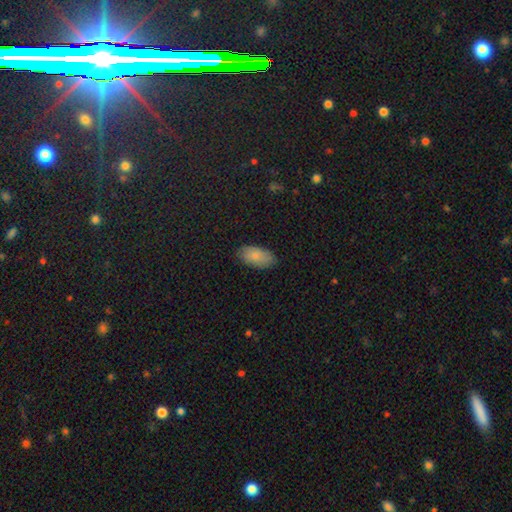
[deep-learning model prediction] This appears to be a smooth galaxy with no disk features (85%) that is in between round and cigar-shaped (94%). Merging: none (83%).